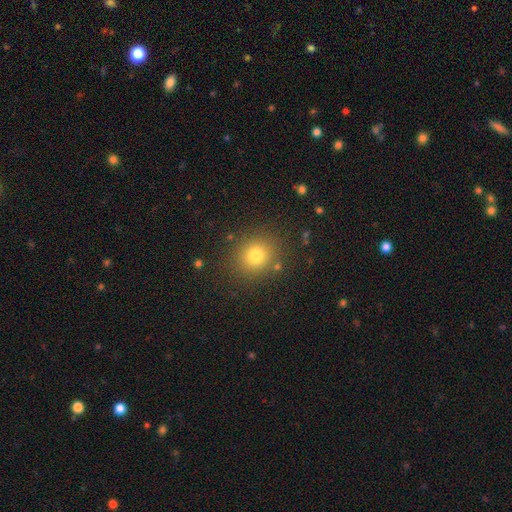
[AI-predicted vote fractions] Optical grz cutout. It shows a smooth galaxy with no disk features (75%) that is round (82%). Merging: none (87%).